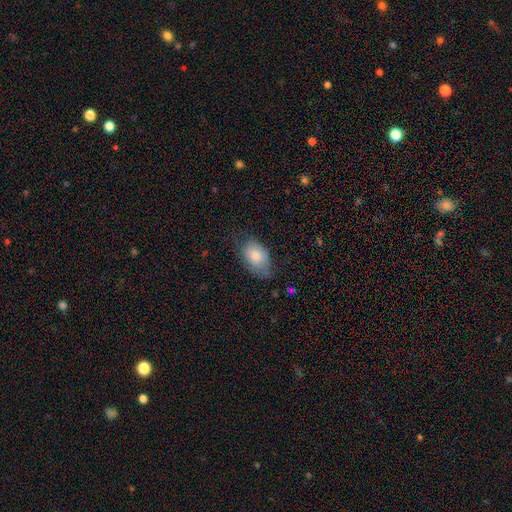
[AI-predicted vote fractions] Smooth or featured?
  - smooth: 79% *
  - featured or disk: 15%
  - star or artifact: 7%
How rounded?
  - in between: 91% *
  - round: 8%
  - cigar-shaped: 1%
Merging?
  - none: 58% *
  - minor disturbance: 31%
  - major disturbance: 9%
  - merger: 1%